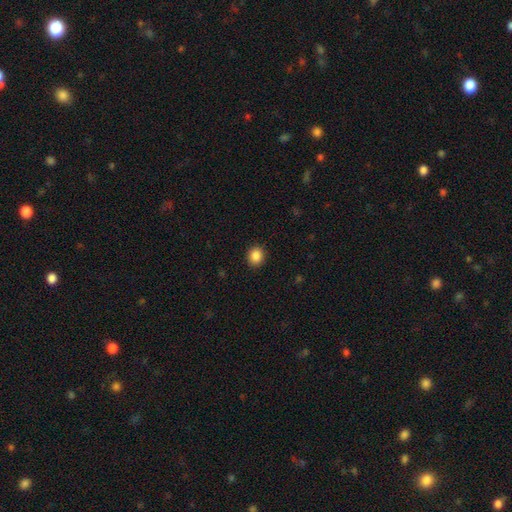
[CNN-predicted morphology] This is clearly a smooth galaxy (87%). How rounded: likely round (76%). Merging: clearly none (91%).